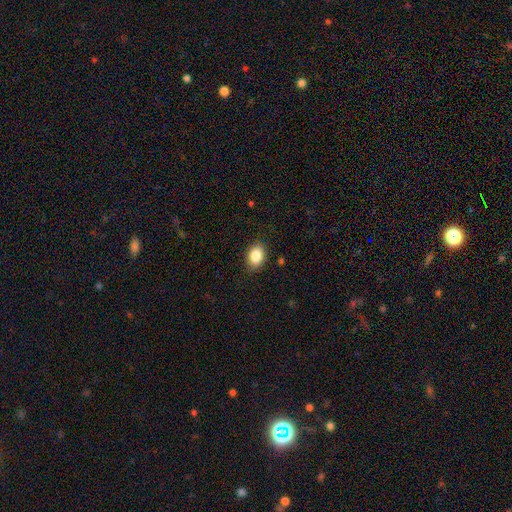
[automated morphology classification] smooth_or_featured: smooth (p=0.86) [alt: star or artifact p=0.08]
how_rounded: in between (p=0.77) [alt: round p=0.22]
merging: none (p=0.87) [alt: minor disturbance p=0.10]